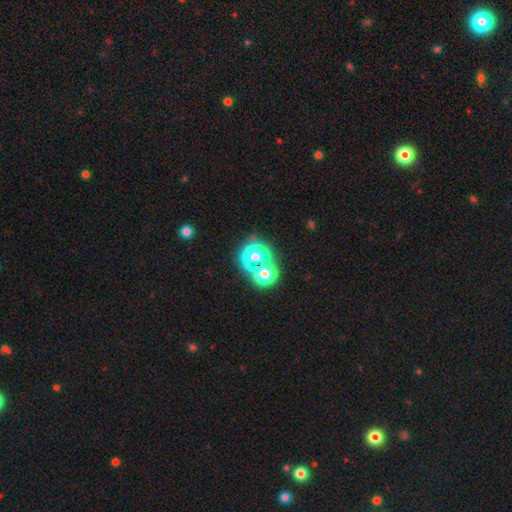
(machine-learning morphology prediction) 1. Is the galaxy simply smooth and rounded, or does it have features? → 53% star or artifact, 38% smooth, 9% featured or disk.